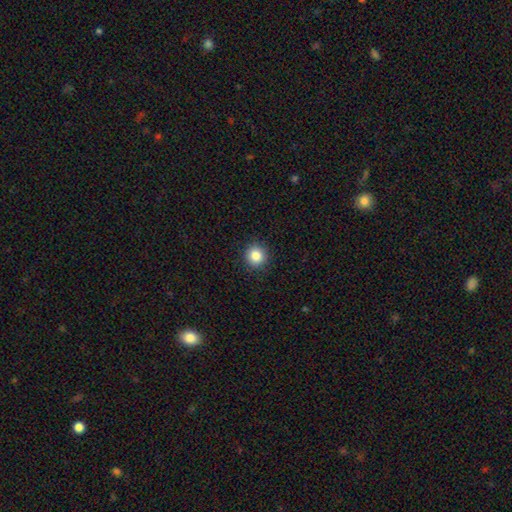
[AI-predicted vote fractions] Overall: smooth (85%). How rounded: round (92%). Merging: none (92%).